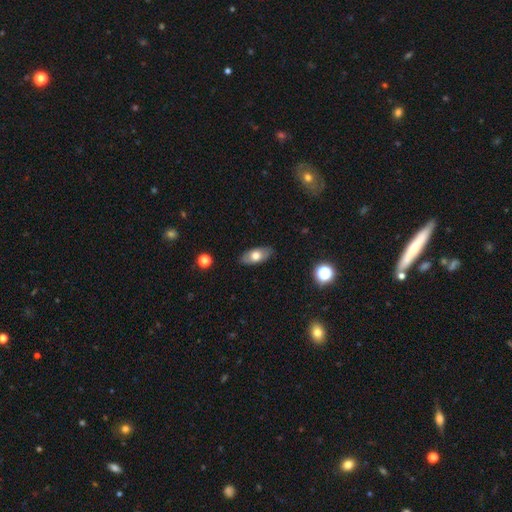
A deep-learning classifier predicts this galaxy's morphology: smooth 67%, featured or disk 26%, star or artifact 7%. Down the decision tree: how rounded — in between (89%); merging — none (85%).